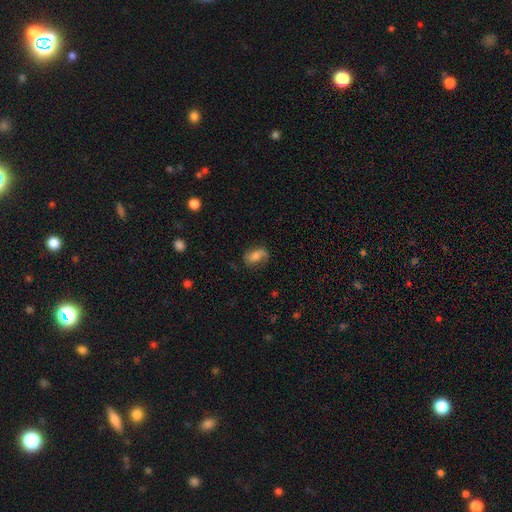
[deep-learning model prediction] smooth_or_featured: featured or disk (p=0.53) [alt: smooth p=0.38]
disk_edge_on: no (p=0.96) [alt: yes p=0.04]
bar: no (p=0.54) [alt: weak p=0.35]
has_spiral_arms: yes (p=0.89) [alt: no p=0.11]
bulge_size: moderate (p=0.44) [alt: small p=0.28]
merging: none (p=0.62) [alt: minor disturbance p=0.23]